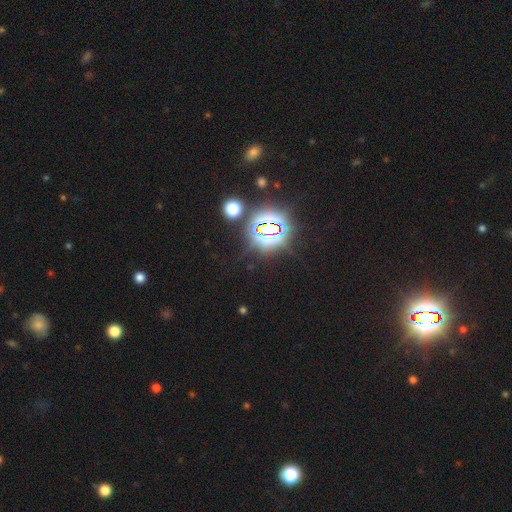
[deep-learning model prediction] Smooth or featured: star or artifact — 81% (smooth — 13%)